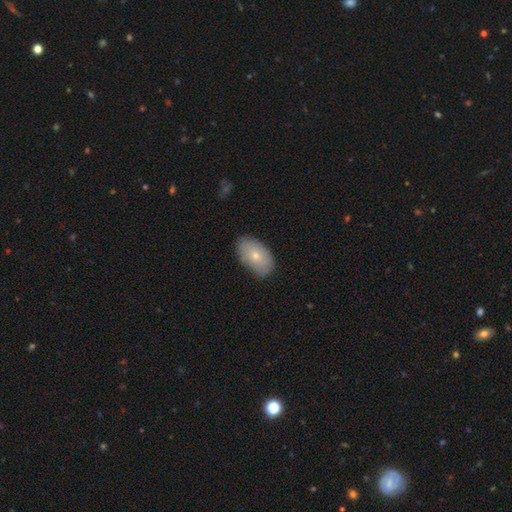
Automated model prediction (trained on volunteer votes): Smooth or featured? Predicted: smooth (p=0.72). How rounded? Predicted: in between (p=0.92). Merging? Predicted: none (p=0.78).